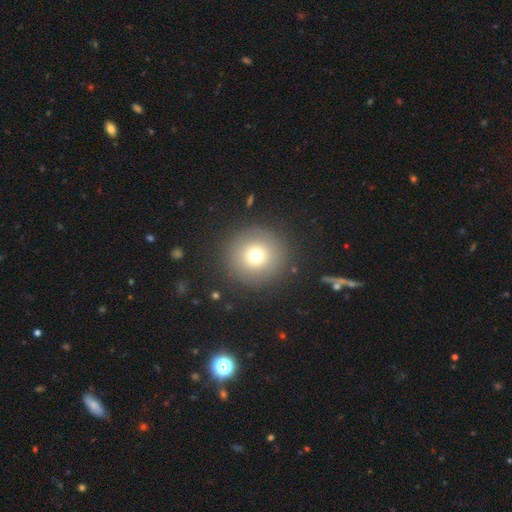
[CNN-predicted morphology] Q: Smooth or featured?
A: smooth (72%); runner-up: featured or disk (14%)
Q: How rounded?
A: round (96%); runner-up: in between (3%)
Q: Merging?
A: none (88%); runner-up: minor disturbance (7%)